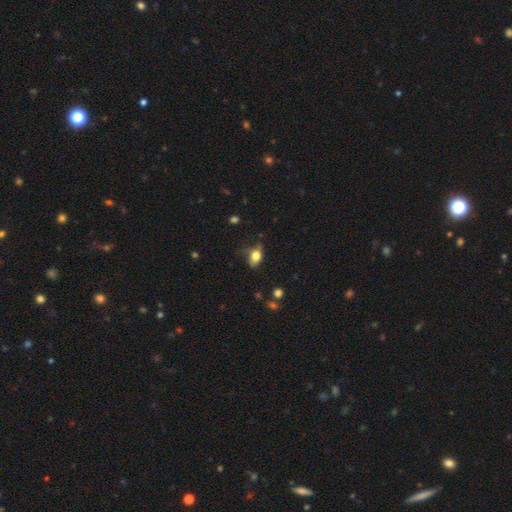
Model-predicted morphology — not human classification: This is likely a smooth galaxy (76%). How rounded: likely in between (77%). Merging: possibly none (50%).